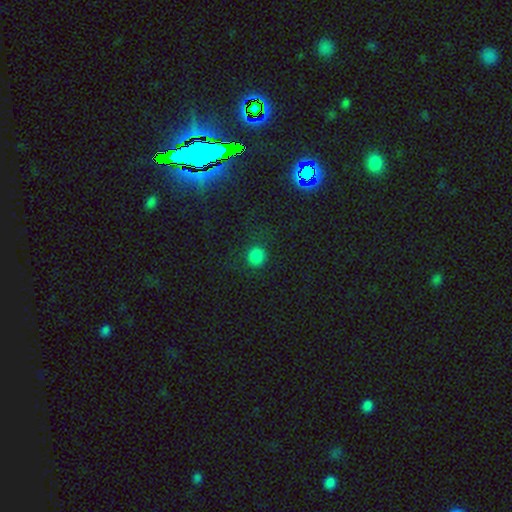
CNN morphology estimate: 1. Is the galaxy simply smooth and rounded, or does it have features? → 79% smooth, 17% star or artifact, 5% featured or disk.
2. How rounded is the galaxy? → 86% round, 13% in between, 1% cigar-shaped.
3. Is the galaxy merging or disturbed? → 82% none, 10% minor disturbance, 6% major disturbance, 2% merger.